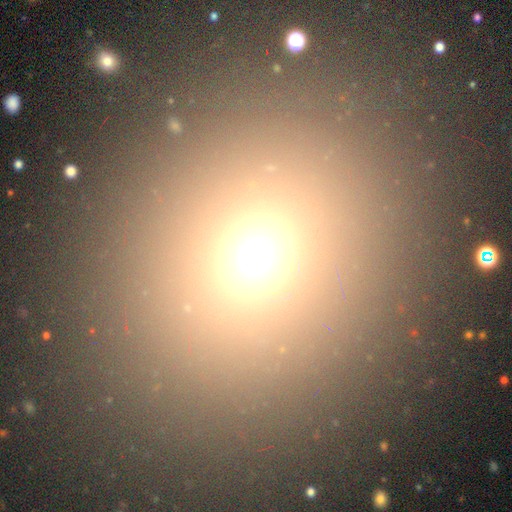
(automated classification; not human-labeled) Overall: smooth (62%; star or artifact 25%). How rounded: round (71%). Merging: none (82%).